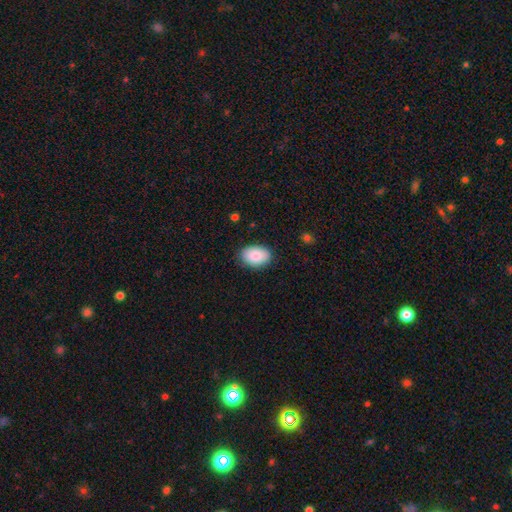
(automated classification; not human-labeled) smooth-or-featured: smooth: 86% | featured or disk: 8% | star or artifact: 7%
  how-rounded: in between: 86% | round: 13% | cigar-shaped: 1%
  merging: none: 85% | minor disturbance: 11% | major disturbance: 2% | merger: 1%